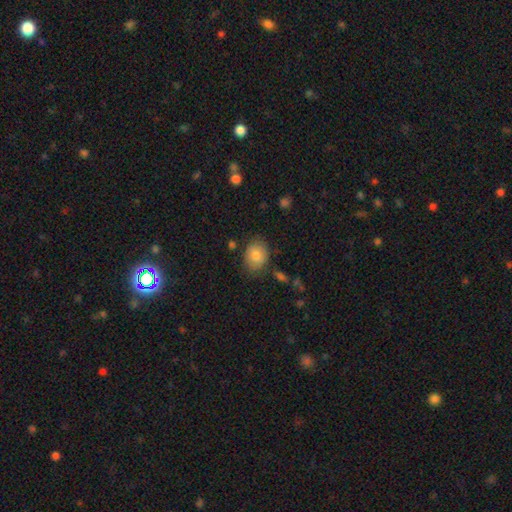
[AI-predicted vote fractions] smooth_or_featured: smooth (p=0.81) [alt: featured or disk p=0.11]
how_rounded: in between (p=0.55) [alt: round p=0.44]
merging: none (p=0.76) [alt: minor disturbance p=0.17]